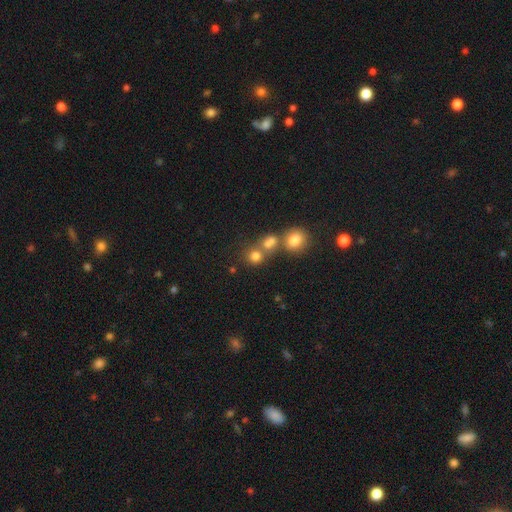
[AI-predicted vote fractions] smooth_or_featured: smooth (p=0.76) [alt: star or artifact p=0.15]
how_rounded: round (p=0.83) [alt: in between p=0.16]
merging: none (p=0.52) [alt: merger p=0.35]